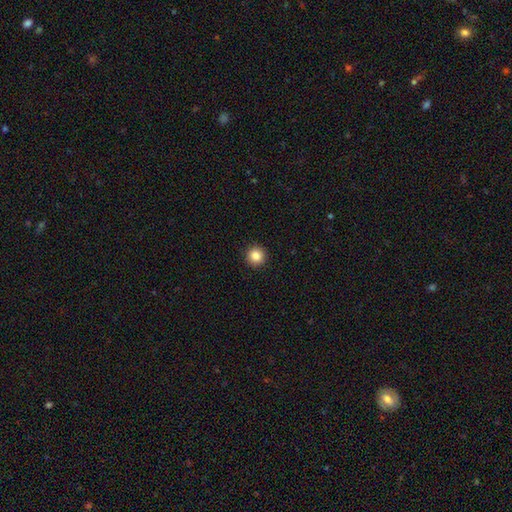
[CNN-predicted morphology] Q: Smooth or featured?
A: smooth (86%); runner-up: star or artifact (10%)
Q: How rounded?
A: round (96%); runner-up: in between (3%)
Q: Merging?
A: none (93%); runner-up: minor disturbance (4%)